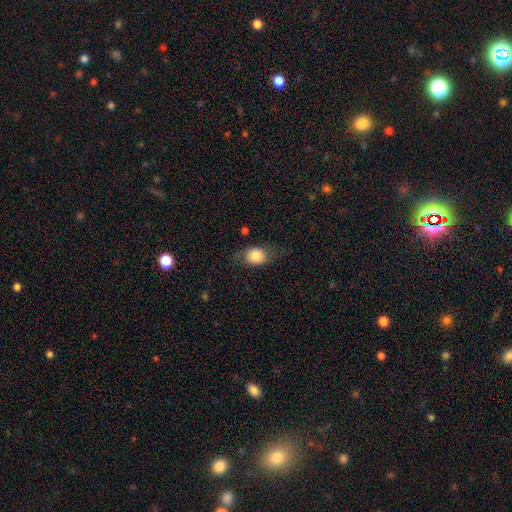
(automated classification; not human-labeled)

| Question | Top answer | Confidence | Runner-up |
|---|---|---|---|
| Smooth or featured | smooth | 79% | featured or disk (13%) |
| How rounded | round | 49% | tied: in between (49%) |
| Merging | none | 68% | minor disturbance (21%) |